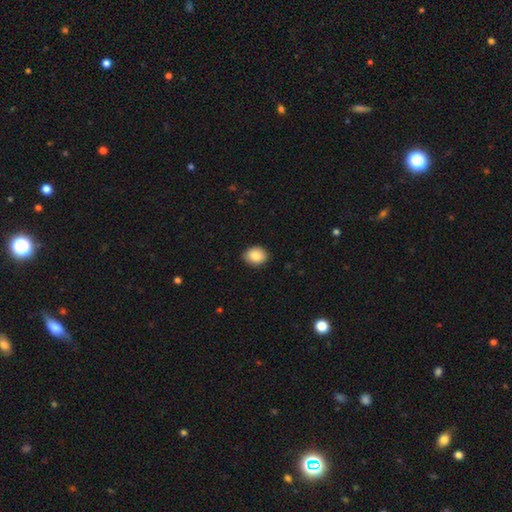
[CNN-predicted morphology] smooth-or-featured: smooth: 87% | star or artifact: 8% | featured or disk: 6%
  how-rounded: in between: 50% | round: 49% | cigar-shaped: 1%
  merging: none: 88% | minor disturbance: 9% | major disturbance: 2% | merger: 1%